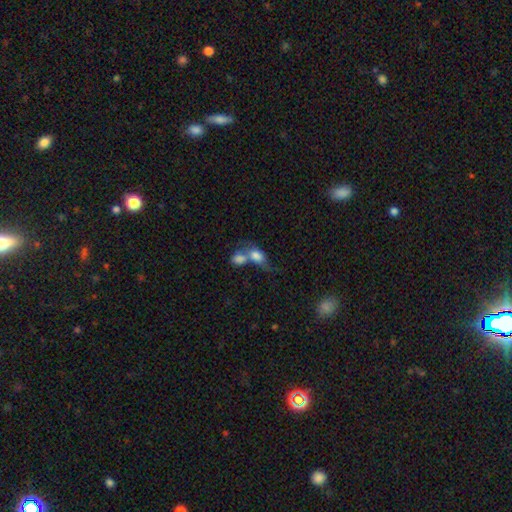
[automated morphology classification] A smooth galaxy with no disk features (71%) that is in between round and cigar-shaped (71%).

Vote fractions:
- Smooth or featured? smooth: 71% / featured or disk: 20% / star or artifact: 9%
- How rounded? in between: 71% / round: 25% / cigar-shaped: 4%
- Merging? merger: 73% / none: 12% / major disturbance: 8% / minor disturbance: 7%